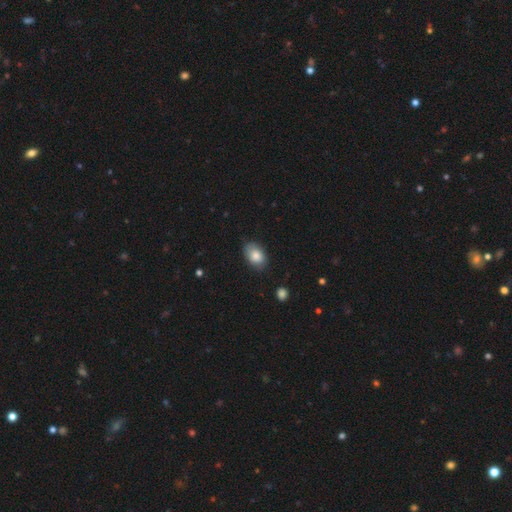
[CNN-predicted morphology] This is clearly a smooth galaxy (83%). How rounded: clearly in between (87%). Merging: likely none (76%).